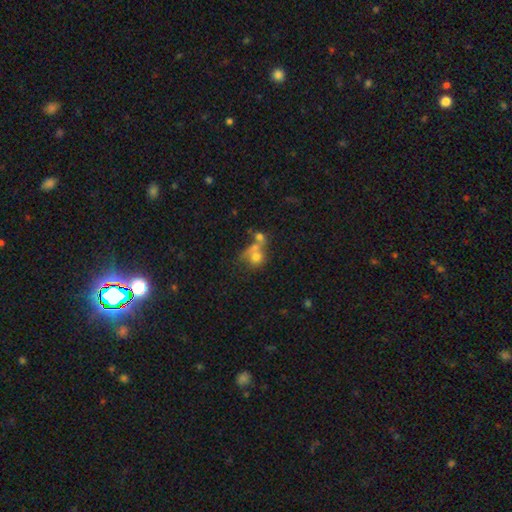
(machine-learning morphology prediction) A smooth galaxy with no disk features (63%) that is round (70%).

Vote fractions:
- Smooth or featured? smooth: 63% / featured or disk: 23% / star or artifact: 15%
- How rounded? round: 70% / in between: 29% / cigar-shaped: 2%
- Merging? merger: 53% / none: 26% / major disturbance: 11% / minor disturbance: 10%